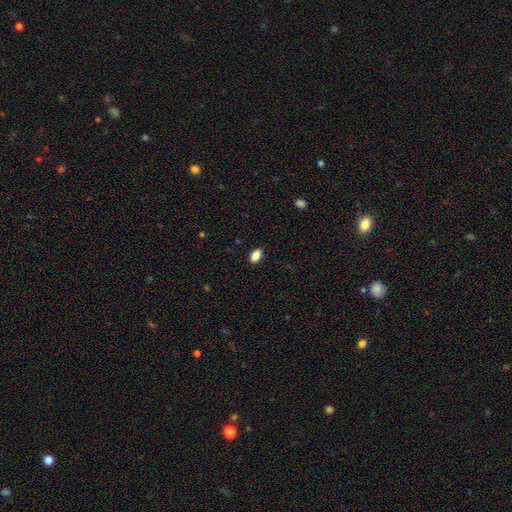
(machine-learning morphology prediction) This appears to be a smooth galaxy with no disk features (87%) that is in between round and cigar-shaped (89%). Merging: none (88%).